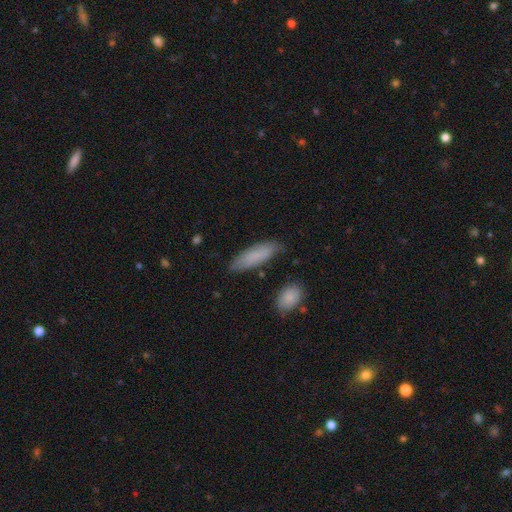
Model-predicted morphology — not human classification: The model was most divided on "how rounded": cigar-shaped: 50%, in between: 48%, round: 2%. More confident: smooth or featured — smooth (80%); merging — none (77%).